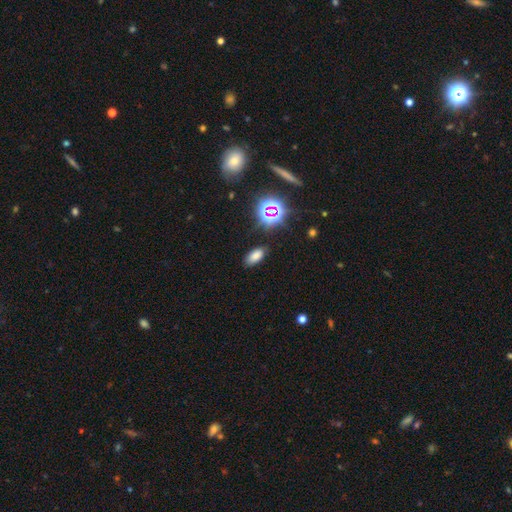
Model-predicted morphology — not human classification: Smooth or featured: smooth — 73% (star or artifact — 21%)
How rounded: in between — 90% (round — 5%)
Merging: none — 84% (minor disturbance — 11%)